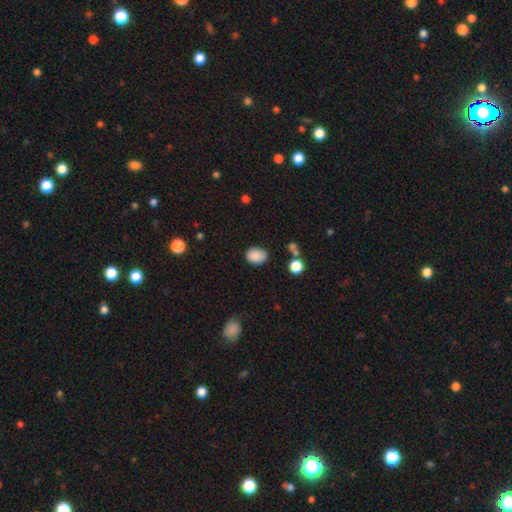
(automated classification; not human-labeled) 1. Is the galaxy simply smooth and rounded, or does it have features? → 86% smooth, 9% star or artifact, 4% featured or disk.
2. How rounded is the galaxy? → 65% in between, 34% round, 1% cigar-shaped.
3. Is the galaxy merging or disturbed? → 78% none, 15% minor disturbance, 4% major disturbance, 3% merger.